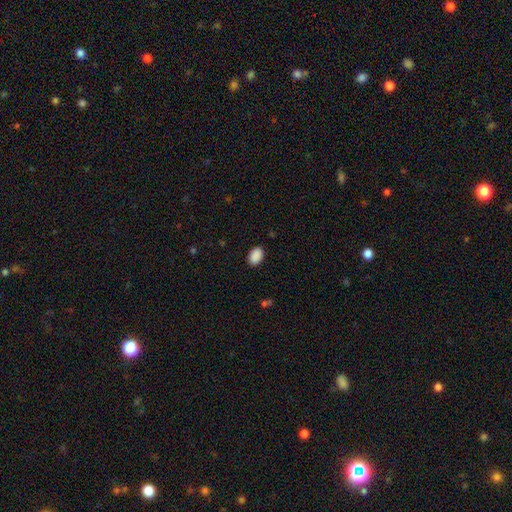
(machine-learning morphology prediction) smooth 90%, star or artifact 8%, featured or disk 3%. Down the decision tree: how rounded — in between (82%); merging — none (88%).